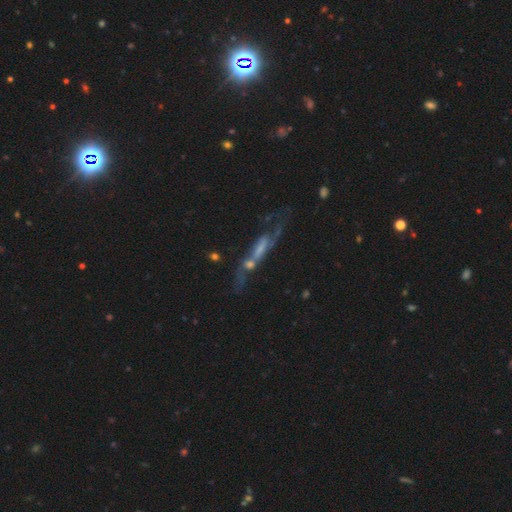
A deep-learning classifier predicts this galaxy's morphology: A featured or disk galaxy (57%). Merging: none (40%).